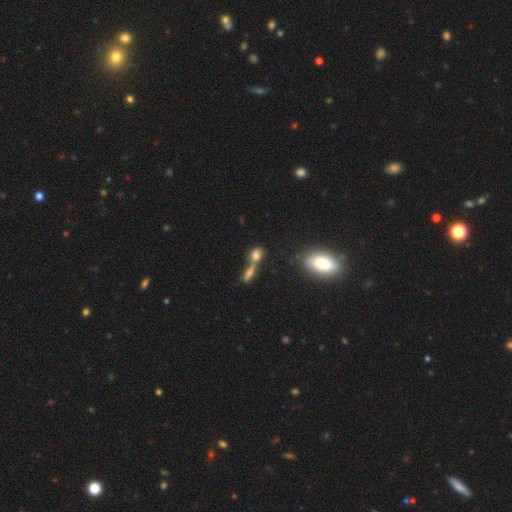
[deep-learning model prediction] smooth-or-featured: smooth: 72% | featured or disk: 15% | star or artifact: 13%
  how-rounded: in between: 58% | round: 27% | cigar-shaped: 15%
  merging: merger: 51% | none: 33% | minor disturbance: 9% | major disturbance: 6%